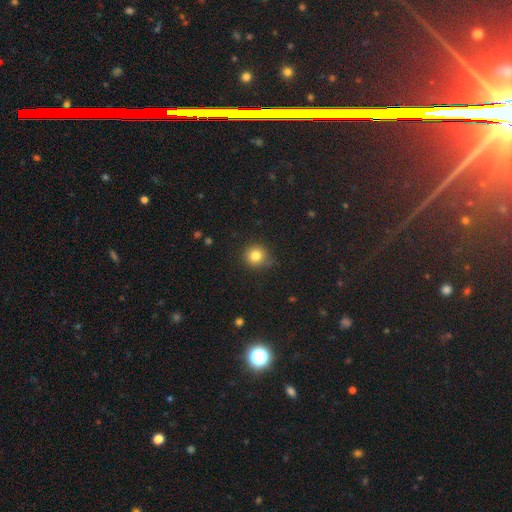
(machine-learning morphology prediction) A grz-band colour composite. It shows a smooth galaxy with no disk features (82%) that is round (92%). Merging: none (82%).